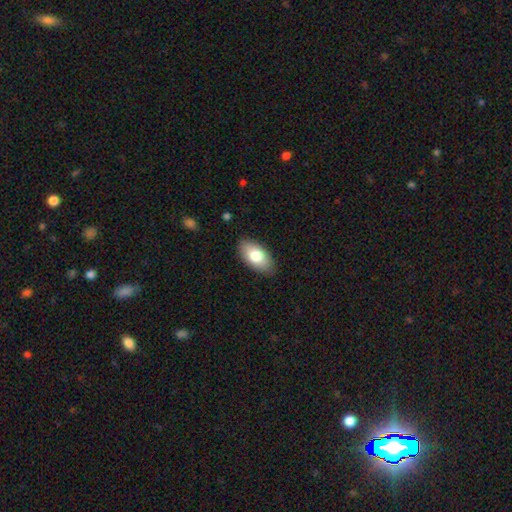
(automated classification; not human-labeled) Smooth or featured? Predicted: smooth (p=0.78). How rounded? Predicted: in between (p=0.94). Merging? Predicted: none (p=0.86).